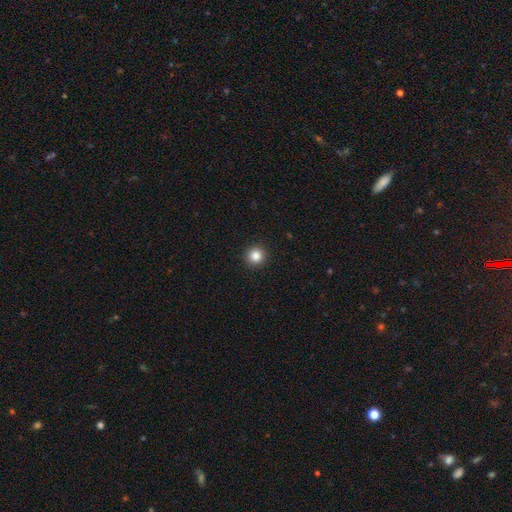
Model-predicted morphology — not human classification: type=smooth (85%); roundness=round (95%); merging=none (93%).